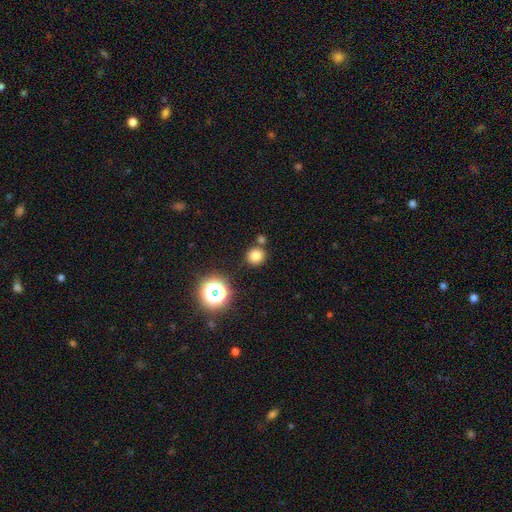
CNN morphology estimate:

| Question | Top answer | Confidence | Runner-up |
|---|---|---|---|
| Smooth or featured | smooth | 78% | star or artifact (16%) |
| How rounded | round | 91% | in between (8%) |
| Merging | none | 82% | merger (8%) |